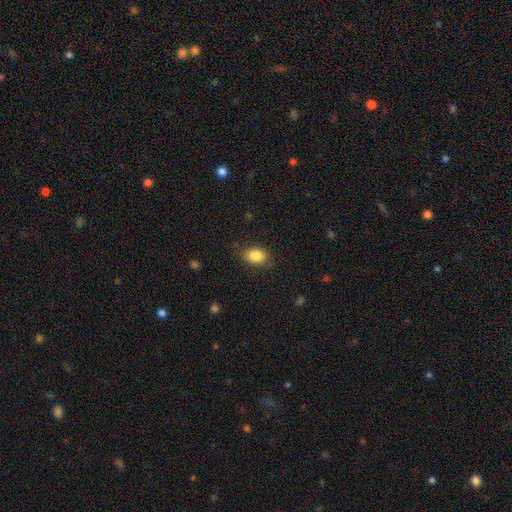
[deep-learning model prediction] A smooth galaxy with no disk features (85%) that is in between round and cigar-shaped (79%). Merging: none (78%).